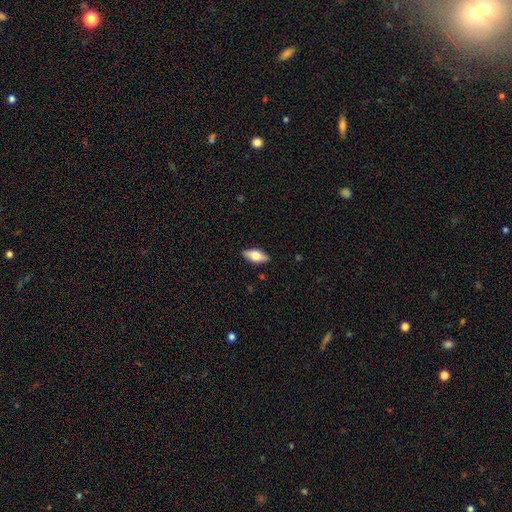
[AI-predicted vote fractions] Q: Smooth or featured?
A: smooth (63%); runner-up: featured or disk (31%)
Q: How rounded?
A: in between (82%); runner-up: cigar-shaped (15%)
Q: Merging?
A: none (88%); runner-up: minor disturbance (9%)